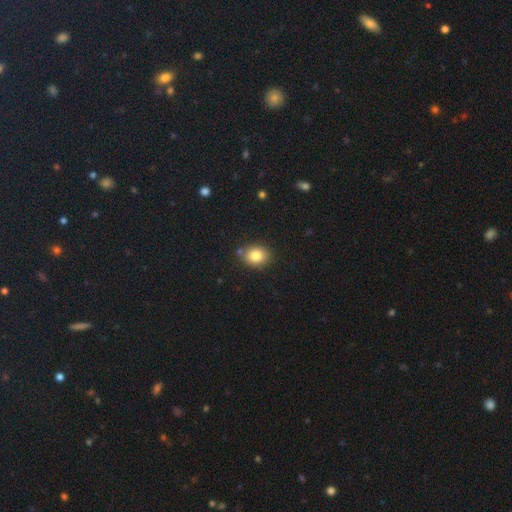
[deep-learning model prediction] Morphology: type=smooth (82%); roundness=round (54%); merging=none (82%).